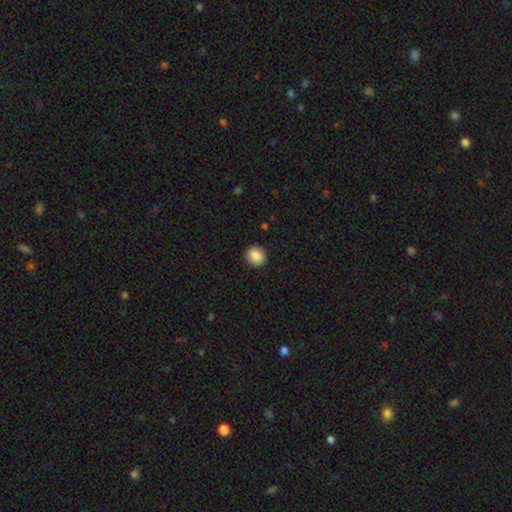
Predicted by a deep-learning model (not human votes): smooth_or_featured: smooth (p=0.88) [alt: star or artifact p=0.08]
how_rounded: round (p=0.84) [alt: in between p=0.15]
merging: none (p=0.90) [alt: minor disturbance p=0.07]